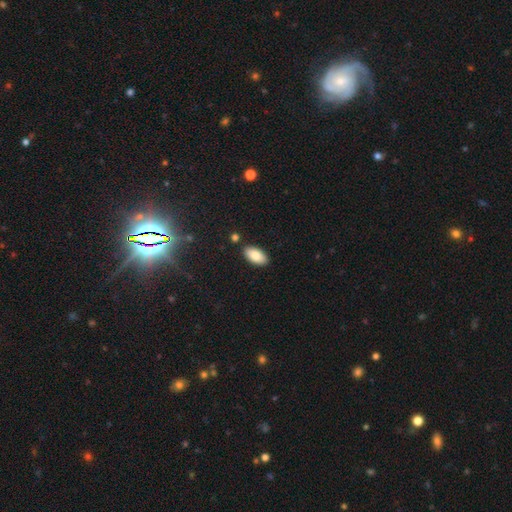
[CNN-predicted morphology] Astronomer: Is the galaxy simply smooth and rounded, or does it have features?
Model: smooth — 82%.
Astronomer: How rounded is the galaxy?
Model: in between — 94%.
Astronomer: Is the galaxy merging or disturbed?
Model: none — 87%.